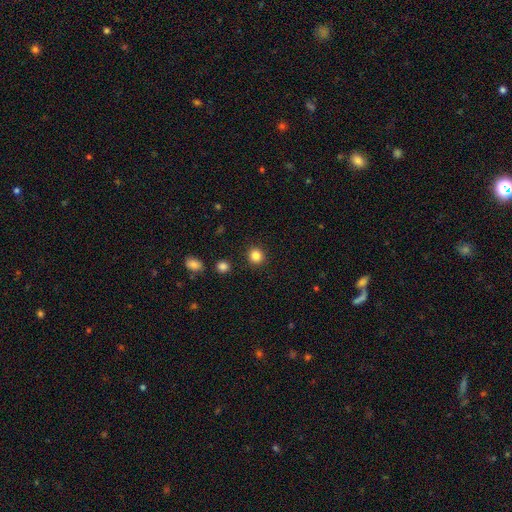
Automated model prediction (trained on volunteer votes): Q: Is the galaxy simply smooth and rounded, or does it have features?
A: smooth — 84%.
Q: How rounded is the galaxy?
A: round — 91%.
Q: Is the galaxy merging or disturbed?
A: none — 91%.